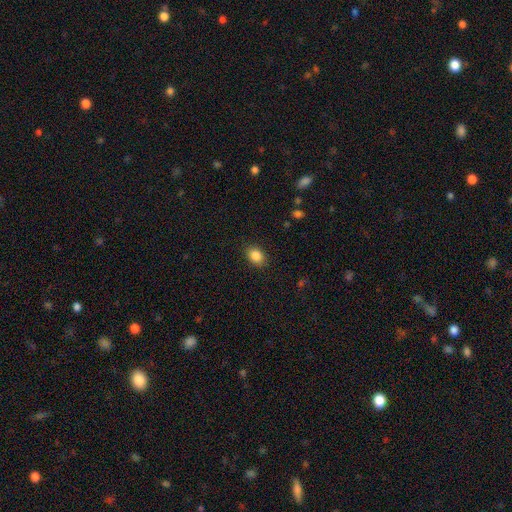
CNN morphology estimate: Smooth or featured? Predicted: smooth (p=0.86). How rounded? Predicted: in between (p=0.67). Merging? Predicted: none (p=0.88).